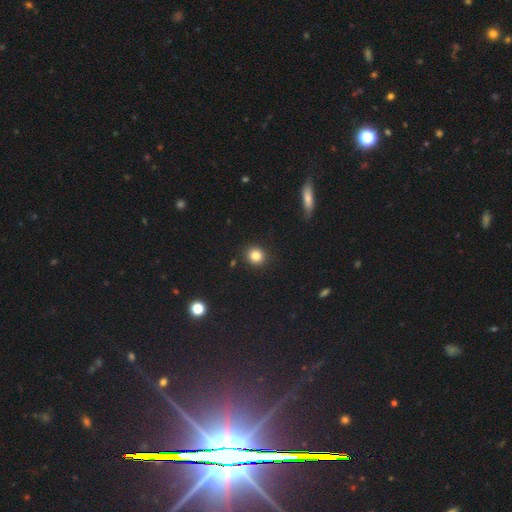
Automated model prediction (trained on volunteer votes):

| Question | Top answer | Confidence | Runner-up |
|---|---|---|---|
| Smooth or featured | smooth | 83% | star or artifact (12%) |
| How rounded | round | 88% | in between (11%) |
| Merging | none | 90% | minor disturbance (6%) |